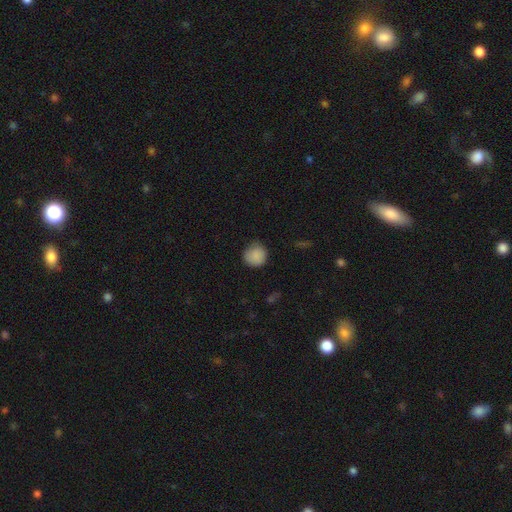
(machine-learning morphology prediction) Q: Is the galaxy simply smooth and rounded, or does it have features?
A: smooth — 87%.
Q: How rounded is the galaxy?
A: round — 91%.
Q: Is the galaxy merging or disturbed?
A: none — 74%.